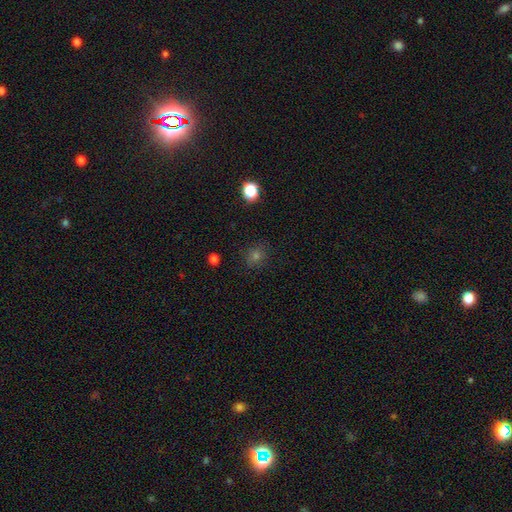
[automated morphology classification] Overall: smooth (65%; star or artifact 27%). How rounded: round (83%). Merging: none (86%).